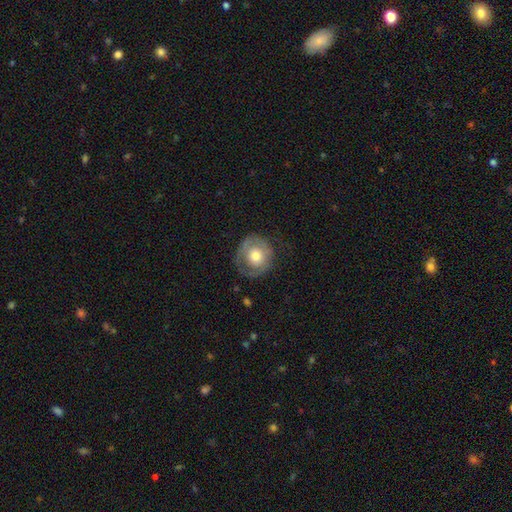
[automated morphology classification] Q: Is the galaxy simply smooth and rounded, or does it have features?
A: smooth — 54%.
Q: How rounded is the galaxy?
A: round — 87%.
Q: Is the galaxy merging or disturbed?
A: none — 62%.